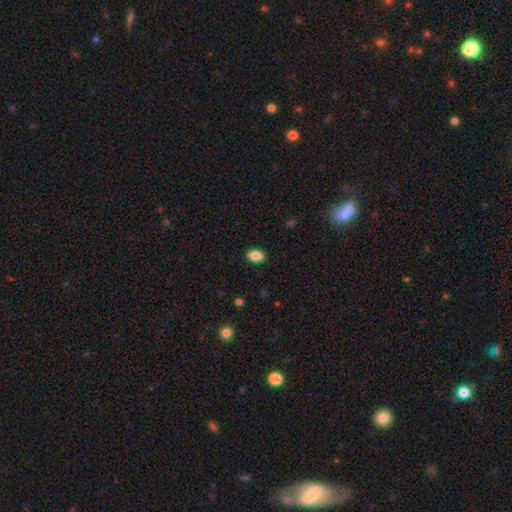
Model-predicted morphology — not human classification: A smooth galaxy with no disk features (87%) that is in between round and cigar-shaped (88%).

Vote fractions:
- Smooth or featured? smooth: 87% / star or artifact: 8% / featured or disk: 5%
- How rounded? in between: 88% / round: 10% / cigar-shaped: 2%
- Merging? none: 89% / minor disturbance: 8% / major disturbance: 2% / merger: 1%